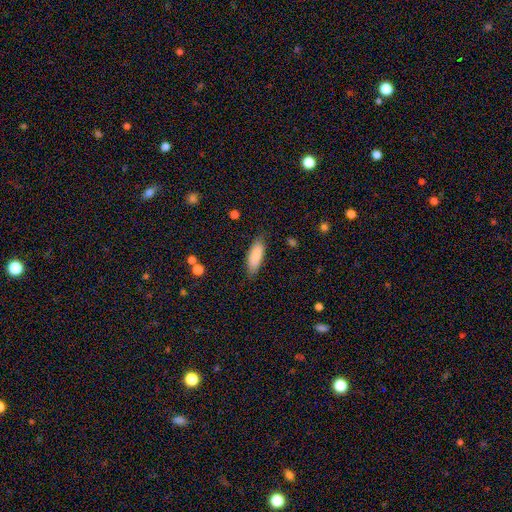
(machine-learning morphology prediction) A smooth galaxy with no disk features (84%) that is in between round and cigar-shaped (72%).

Vote fractions:
- Smooth or featured? smooth: 84% / featured or disk: 10% / star or artifact: 6%
- How rounded? in between: 72% / cigar-shaped: 26% / round: 2%
- Merging? none: 75% / minor disturbance: 20% / major disturbance: 4% / merger: 2%